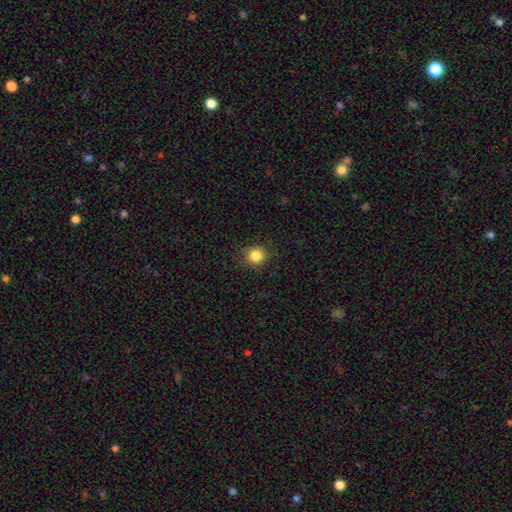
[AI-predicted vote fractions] Smooth or featured?
  - smooth: 84% *
  - star or artifact: 12%
  - featured or disk: 5%
How rounded?
  - round: 84% *
  - in between: 15%
  - cigar-shaped: 1%
Merging?
  - none: 84% *
  - minor disturbance: 12%
  - major disturbance: 3%
  - merger: 1%